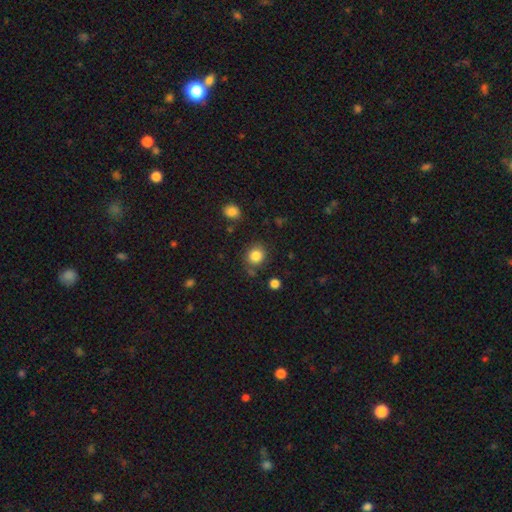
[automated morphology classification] Q: Smooth or featured?
A: smooth (84%); runner-up: star or artifact (11%)
Q: How rounded?
A: round (84%); runner-up: in between (15%)
Q: Merging?
A: none (81%); runner-up: minor disturbance (11%)